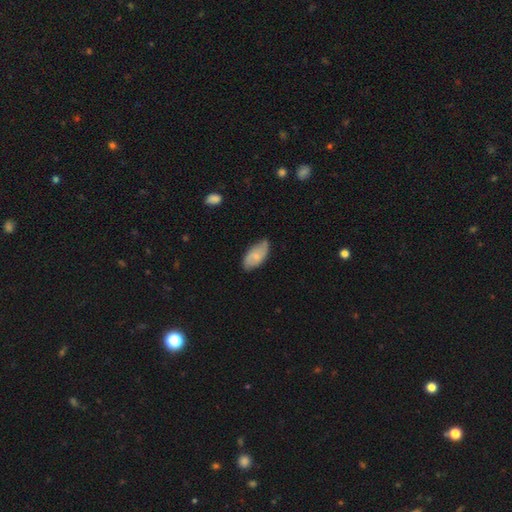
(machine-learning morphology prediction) Smooth or featured? Predicted: smooth (p=0.53). How rounded? Predicted: in between (p=0.93). Merging? Predicted: none (p=0.65).